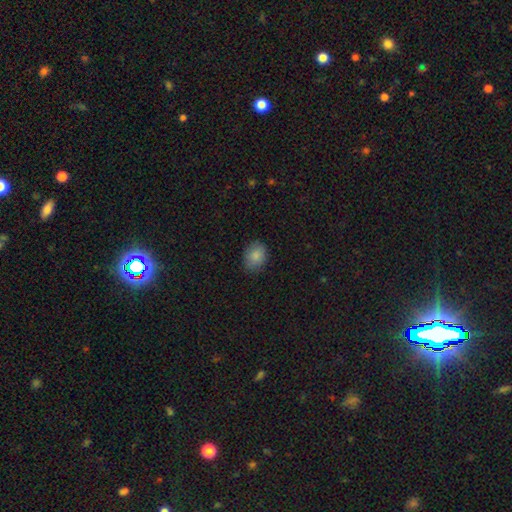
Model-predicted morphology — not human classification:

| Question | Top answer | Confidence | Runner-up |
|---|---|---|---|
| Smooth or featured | smooth | 87% | star or artifact (8%) |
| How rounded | in between | 53% | round (46%) |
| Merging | none | 83% | minor disturbance (13%) |